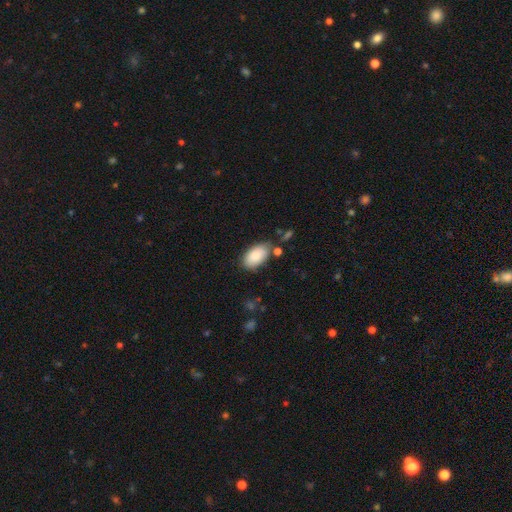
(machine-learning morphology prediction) The model was most divided on "merging": none: 70%, minor disturbance: 18%, merger: 7%, major disturbance: 5%. More confident: how rounded — in between (94%); smooth or featured — smooth (87%).